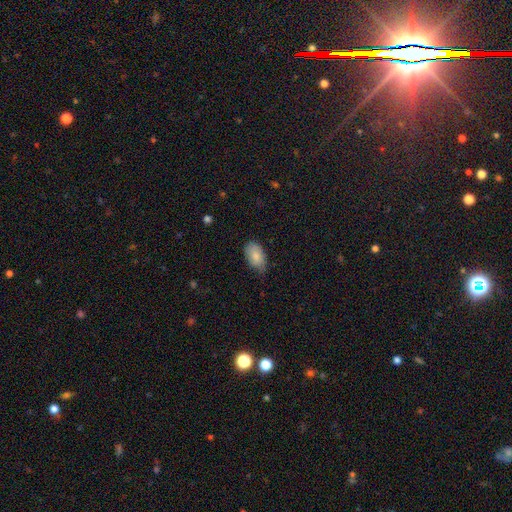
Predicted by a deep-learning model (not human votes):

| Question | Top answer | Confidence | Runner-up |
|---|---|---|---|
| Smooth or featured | smooth | 82% | featured or disk (12%) |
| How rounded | in between | 93% | round (6%) |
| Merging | none | 59% | minor disturbance (35%) |